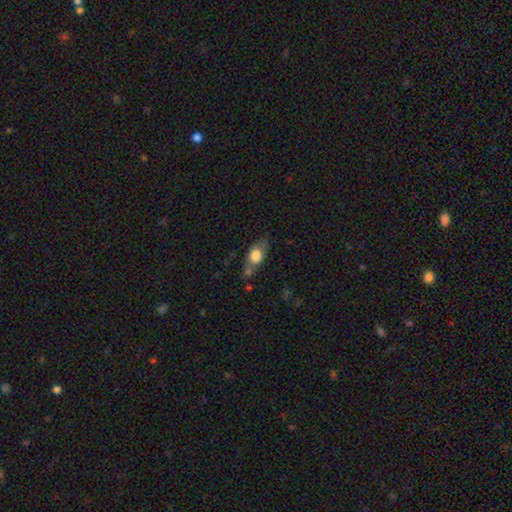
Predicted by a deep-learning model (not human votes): smooth 69%, featured or disk 24%, star or artifact 7%. Down the decision tree: how rounded — in between (76%); merging — none (51%).